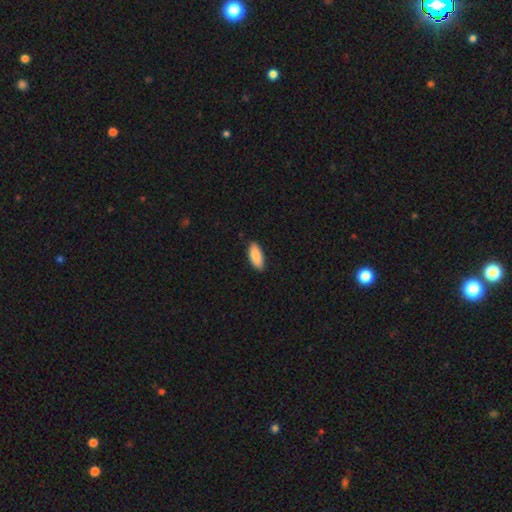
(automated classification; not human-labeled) Smooth or featured?
  - smooth: 89% *
  - star or artifact: 5%
  - featured or disk: 5%
How rounded?
  - in between: 82% *
  - cigar-shaped: 16%
  - round: 2%
Merging?
  - none: 89% *
  - minor disturbance: 9%
  - major disturbance: 2%
  - merger: 1%